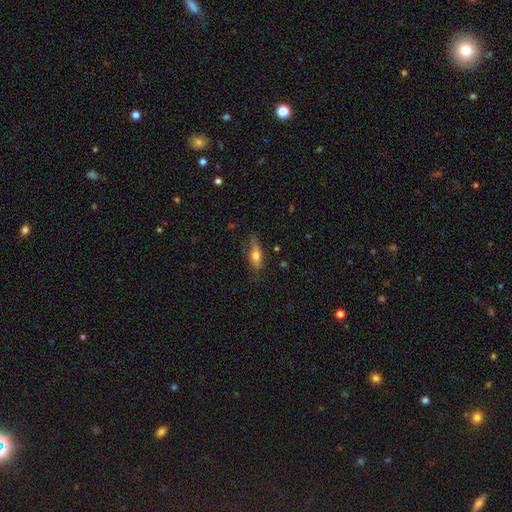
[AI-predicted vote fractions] Overall: smooth (63%; featured or disk 29%). How rounded: in between (58%; cigar-shaped 38%). Merging: none (62%; minor disturbance 28%).